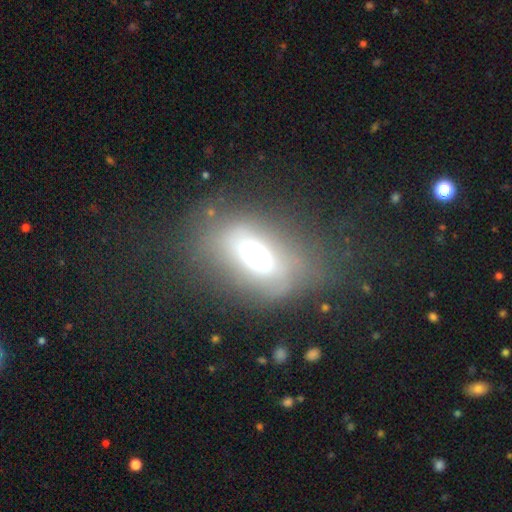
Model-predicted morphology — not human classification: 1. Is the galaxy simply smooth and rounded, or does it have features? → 51% smooth, 29% featured or disk, 20% star or artifact.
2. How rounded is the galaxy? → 71% in between, 25% round, 4% cigar-shaped.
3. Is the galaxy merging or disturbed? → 59% none, 19% minor disturbance, 19% major disturbance, 3% merger.